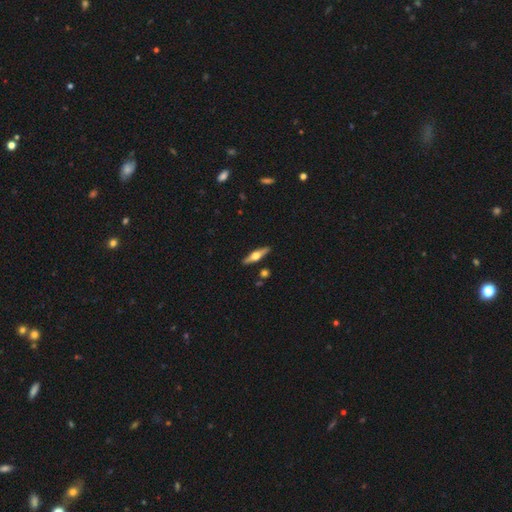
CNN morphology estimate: A featured or disk galaxy (69%) viewed edge-on (96%) with a rounded central bulge (96%).

Vote fractions:
- Smooth or featured? featured or disk: 69% / smooth: 26% / star or artifact: 5%
- Edge-on disk? yes: 96% / no: 4%
- Edge-on bulge? rounded: 96% / boxy: 3% / none: 2%
- Merging? none: 89% / minor disturbance: 7% / merger: 2% / major disturbance: 2%